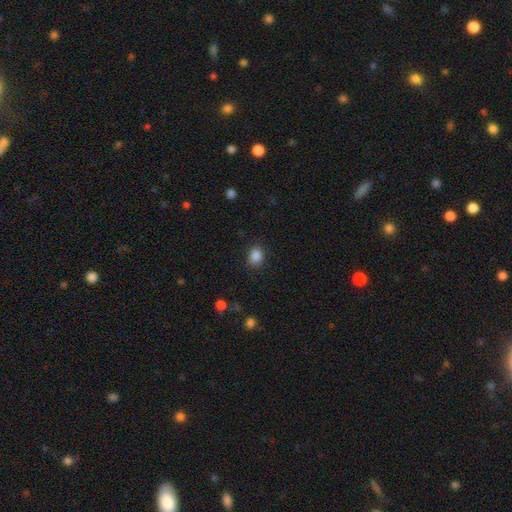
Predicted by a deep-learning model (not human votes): Morphology: type=smooth (86%); roundness=round (52%); merging=none (81%).